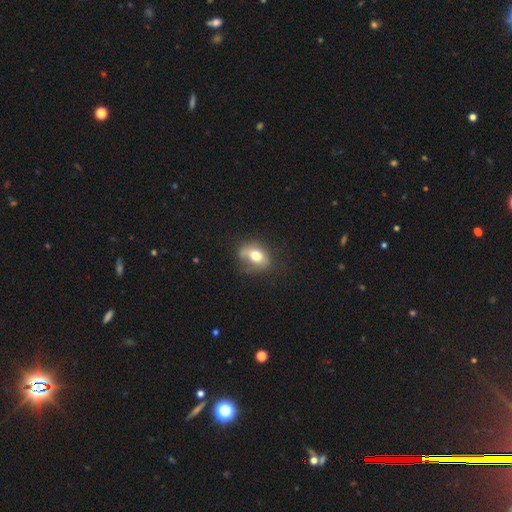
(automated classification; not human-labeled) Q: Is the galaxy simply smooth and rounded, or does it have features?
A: smooth — 66%.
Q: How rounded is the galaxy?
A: in between — 64%.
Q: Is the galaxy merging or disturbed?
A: none — 51%.